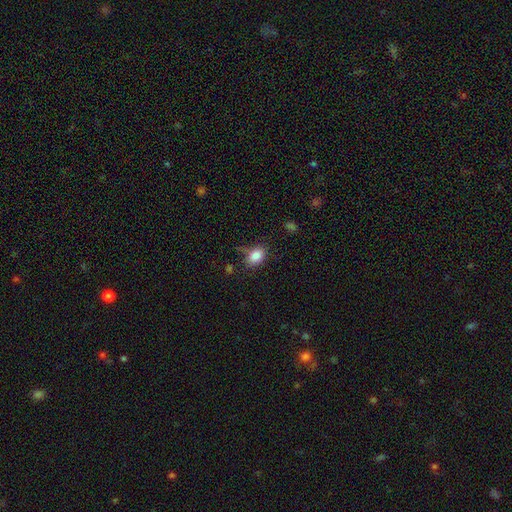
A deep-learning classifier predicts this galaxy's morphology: Smooth or featured: smooth — 84% (star or artifact — 9%)
How rounded: in between — 77% (round — 22%)
Merging: none — 65% (minor disturbance — 24%)